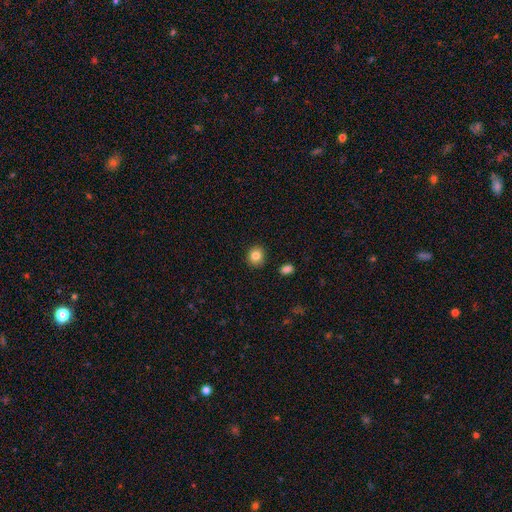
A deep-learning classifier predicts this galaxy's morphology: A smooth galaxy with no disk features (84%) that is round (85%). Merging: none (90%).